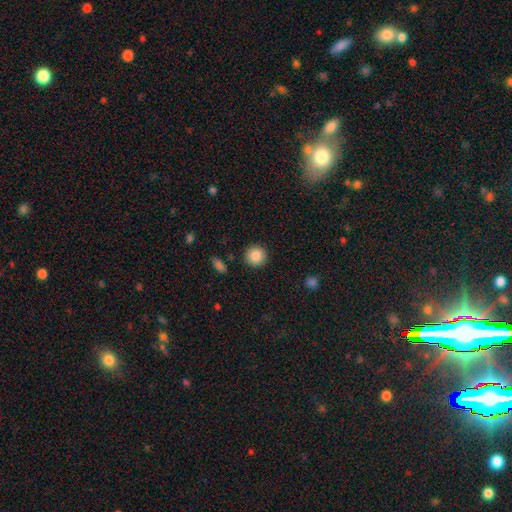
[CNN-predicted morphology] The model was most divided on "smooth or featured": smooth: 87%, star or artifact: 9%, featured or disk: 4%. More confident: how rounded — round (94%); merging — none (91%).